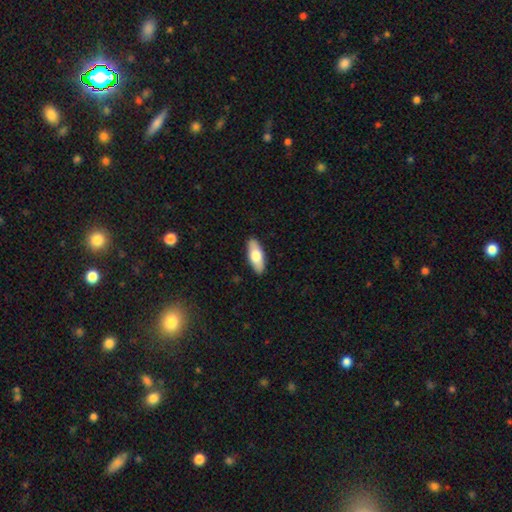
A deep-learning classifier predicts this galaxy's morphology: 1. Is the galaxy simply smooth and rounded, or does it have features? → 70% smooth, 25% featured or disk, 5% star or artifact.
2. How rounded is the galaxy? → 78% in between, 19% cigar-shaped, 2% round.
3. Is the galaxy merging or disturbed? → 90% none, 8% minor disturbance, 2% major disturbance, 1% merger.